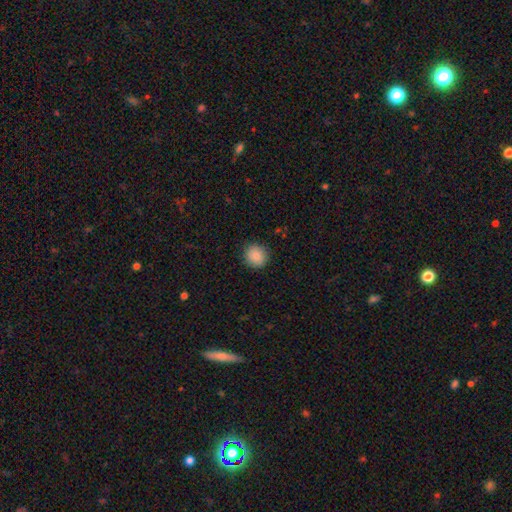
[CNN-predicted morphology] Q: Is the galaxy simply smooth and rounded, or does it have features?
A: smooth — 89%.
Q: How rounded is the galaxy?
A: round — 90%.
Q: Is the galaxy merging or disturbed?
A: none — 90%.